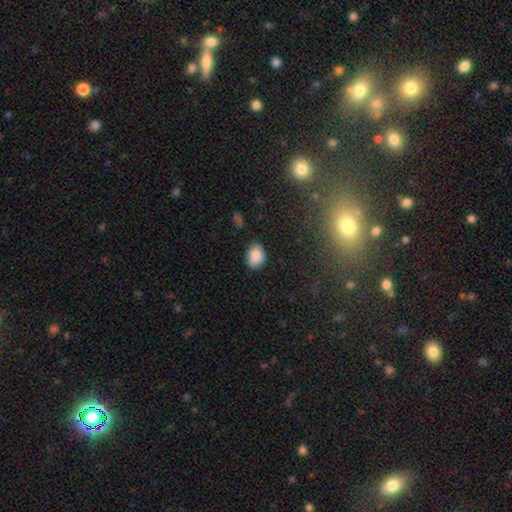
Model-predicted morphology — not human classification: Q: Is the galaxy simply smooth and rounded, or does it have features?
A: smooth — 86%.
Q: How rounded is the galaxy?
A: in between — 78%.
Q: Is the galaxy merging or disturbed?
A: none — 72%.